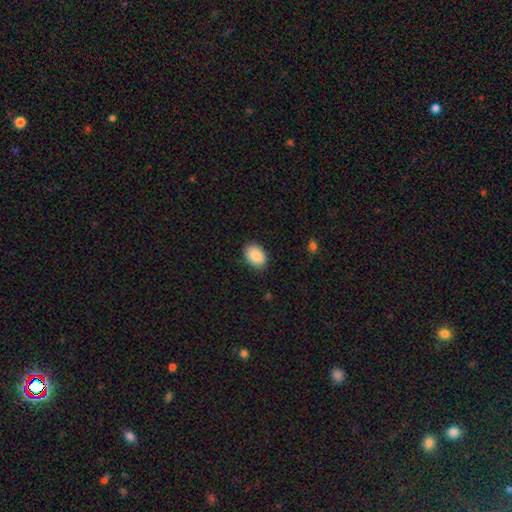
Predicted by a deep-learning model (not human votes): smooth_or_featured: smooth (p=0.89) [alt: star or artifact p=0.07]
how_rounded: in between (p=0.82) [alt: round p=0.17]
merging: none (p=0.85) [alt: minor disturbance p=0.11]